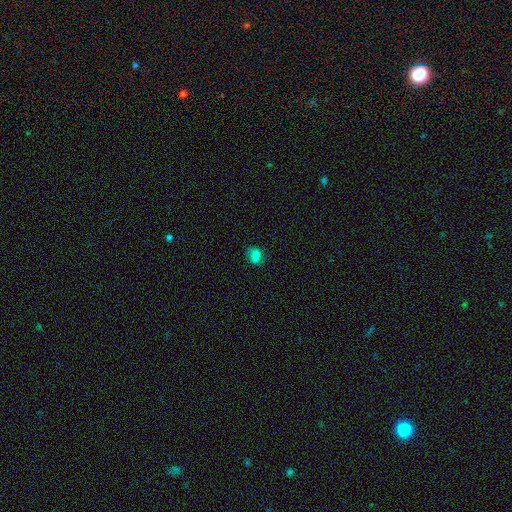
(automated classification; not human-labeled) The model was most divided on "how rounded": in between: 67%, round: 30%, cigar-shaped: 3%. More confident: merging — none (69%); smooth or featured — smooth (67%).